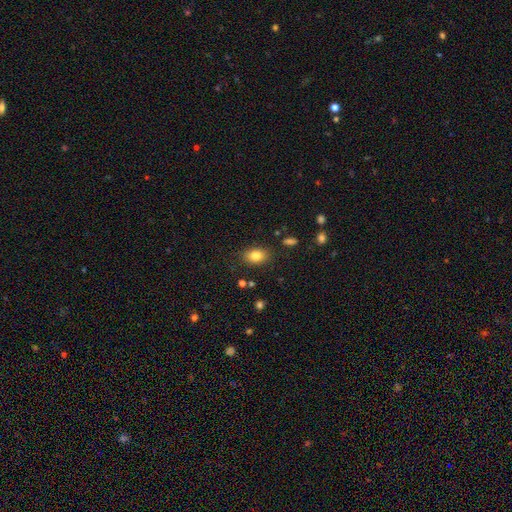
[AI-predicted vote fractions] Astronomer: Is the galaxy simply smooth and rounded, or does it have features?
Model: smooth — 82%.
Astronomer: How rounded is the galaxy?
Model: in between — 81%.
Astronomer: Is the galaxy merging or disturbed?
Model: none — 84%.